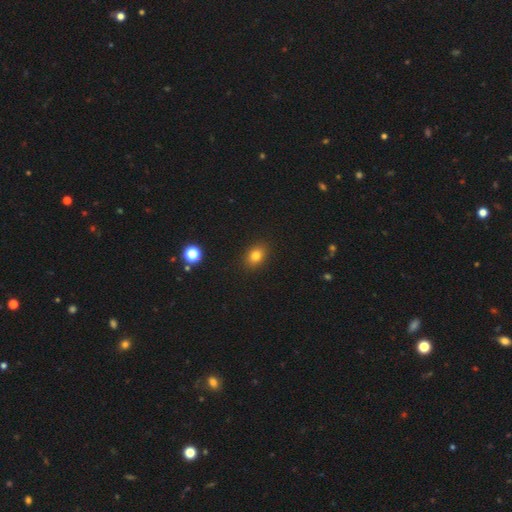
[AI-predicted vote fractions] Q: Smooth or featured?
A: smooth (80%); runner-up: star or artifact (13%)
Q: How rounded?
A: in between (60%); runner-up: round (39%)
Q: Merging?
A: none (89%); runner-up: minor disturbance (7%)